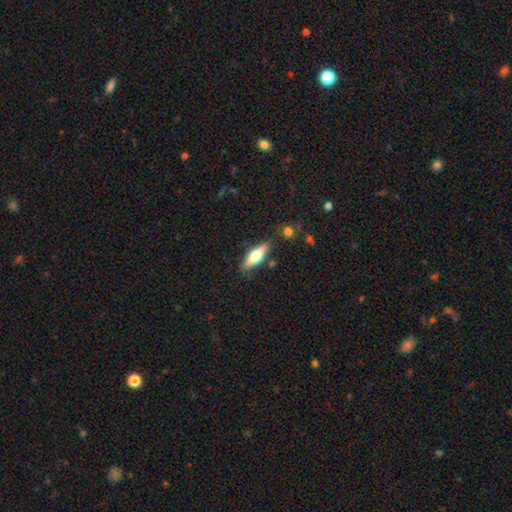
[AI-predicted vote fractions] smooth_or_featured: smooth (p=0.51) [alt: featured or disk p=0.43]
how_rounded: in between (p=0.52) [alt: cigar-shaped p=0.45]
merging: none (p=0.82) [alt: minor disturbance p=0.11]